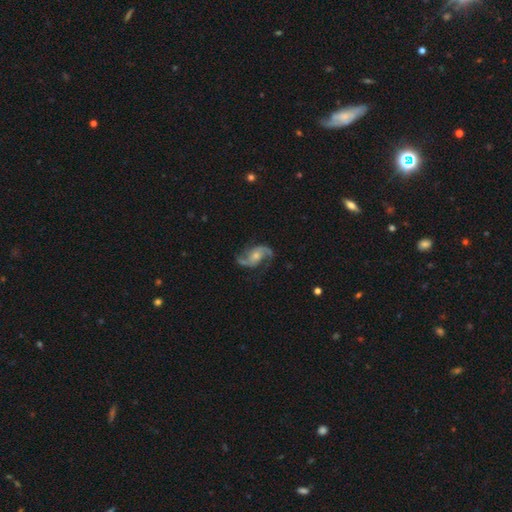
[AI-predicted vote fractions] featured or disk 86%, smooth 8%, star or artifact 6%. Down the decision tree: edge-on disk — no (97%); bar — no (56%); spiral arms — yes (96%); spiral arm count — 2 (92%); spiral winding — loose (57%); bulge size — moderate (48%); merging — none (71%).